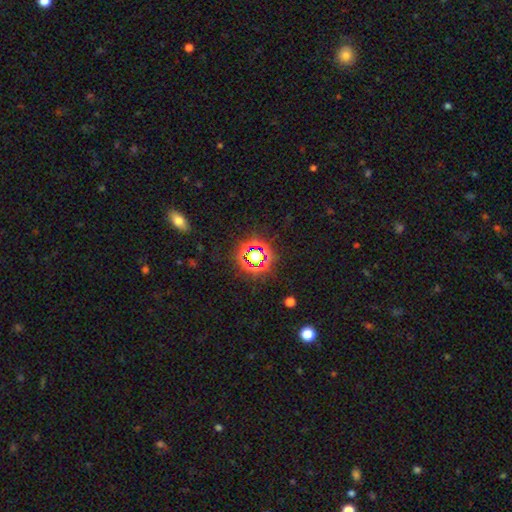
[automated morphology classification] This appears to be a star or artifact, not a galaxy (70%).